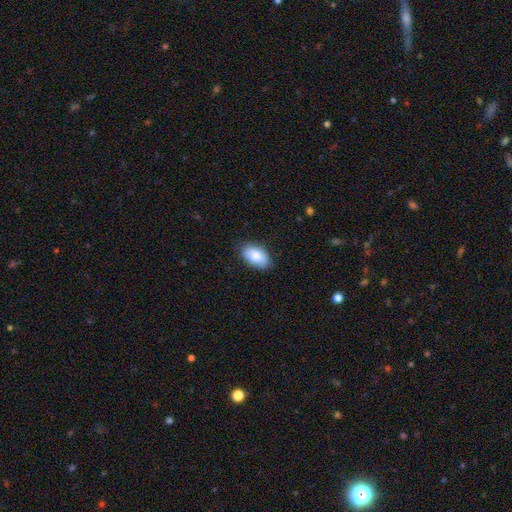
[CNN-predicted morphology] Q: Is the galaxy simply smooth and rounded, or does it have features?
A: smooth — 85%.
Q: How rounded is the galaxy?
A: in between — 93%.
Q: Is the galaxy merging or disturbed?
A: none — 83%.